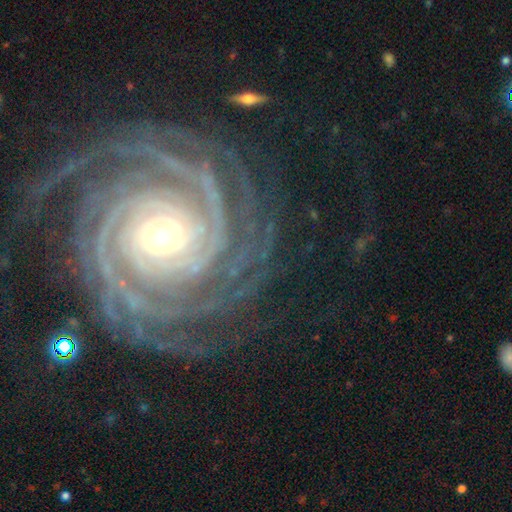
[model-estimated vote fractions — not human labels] Smooth or featured? featured or disk (92%)
Edge-on disk? no (98%)
Bar? no (43%)
Spiral arms? yes (99%)
Spiral winding? tight (87%)
Spiral arm count? more than 4 (32%)
Bulge size? moderate (56%)
Merging? none (80%)